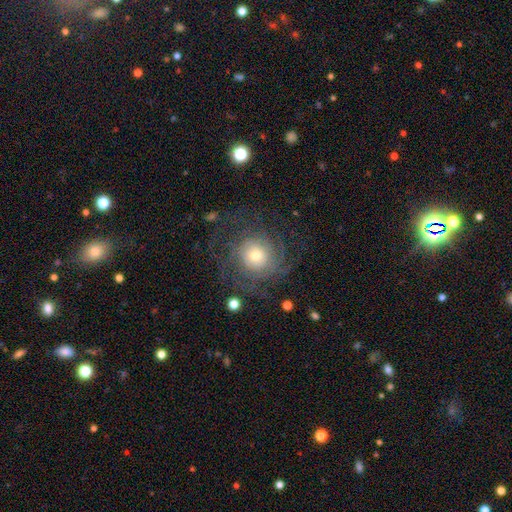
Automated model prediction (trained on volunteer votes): The model was most divided on "bulge size": moderate: 53%, small: 30%, large: 14%, dominant: 2%, none: 1%. Remaining: edge-on disk — no (97%); spiral arms — yes (89%); bar — no (80%); smooth or featured — featured or disk (71%); merging — none (69%); spiral winding — tight (61%); spiral arm count — can't tell (44%).